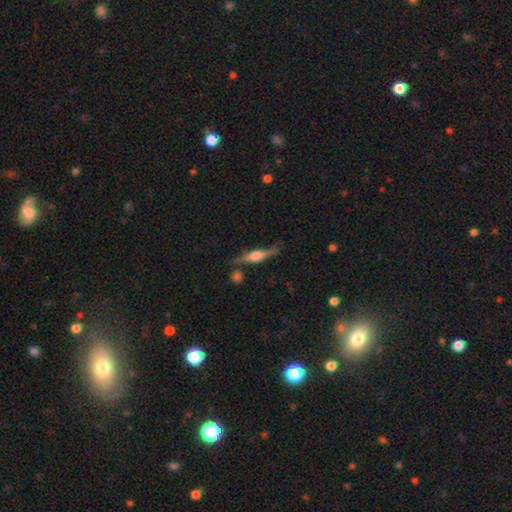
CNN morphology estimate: smooth-or-featured: featured or disk: 71% | smooth: 22% | star or artifact: 6%
  disk-edge-on: yes: 96% | no: 4%
    edge-on-bulge: rounded: 82% | boxy: 14% | none: 4%
  merging: none: 76% | minor disturbance: 15% | merger: 5% | major disturbance: 4%